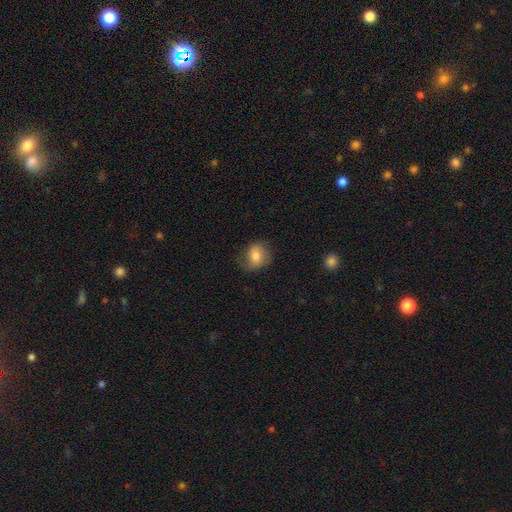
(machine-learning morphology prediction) A smooth galaxy with no disk features (73%) that is round (54%).

Vote fractions:
- Smooth or featured? smooth: 73% / featured or disk: 19% / star or artifact: 9%
- How rounded? round: 54% / in between: 45% / cigar-shaped: 1%
- Merging? none: 65% / minor disturbance: 23% / major disturbance: 10% / merger: 1%